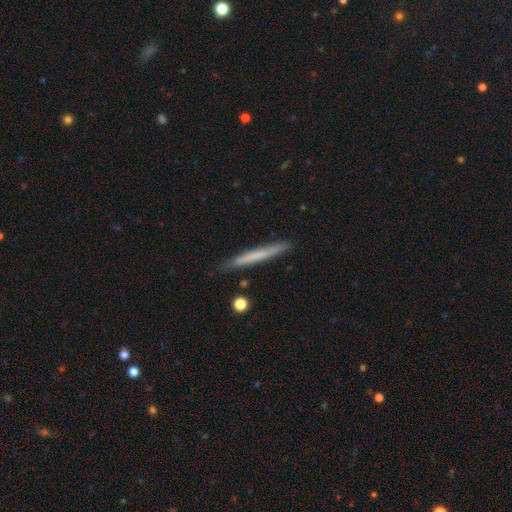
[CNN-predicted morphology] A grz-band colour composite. It shows a smooth galaxy with no disk features (59%) that is cigar-shaped (97%). Merging: none (86%).